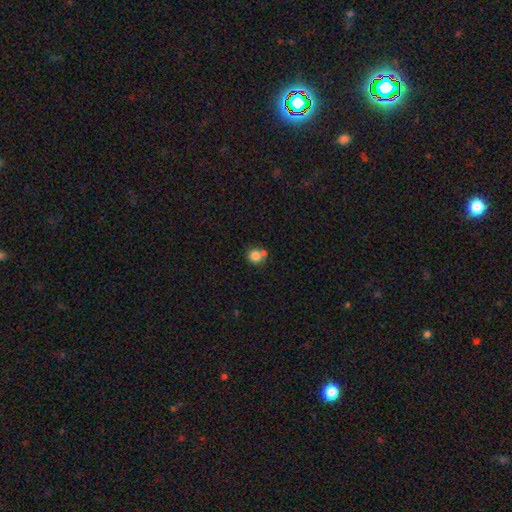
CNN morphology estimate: This is clearly a smooth galaxy (82%). How rounded: clearly round (89%). Merging: possibly none (57%).